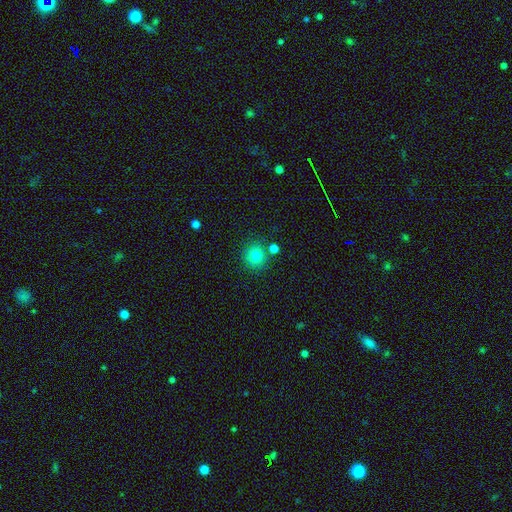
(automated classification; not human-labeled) A smooth galaxy with no disk features (81%) that is round (90%).

Vote fractions:
- Smooth or featured? smooth: 81% / star or artifact: 12% / featured or disk: 7%
- How rounded? round: 90% / in between: 10% / cigar-shaped: 1%
- Merging? none: 78% / merger: 11% / minor disturbance: 8% / major disturbance: 3%